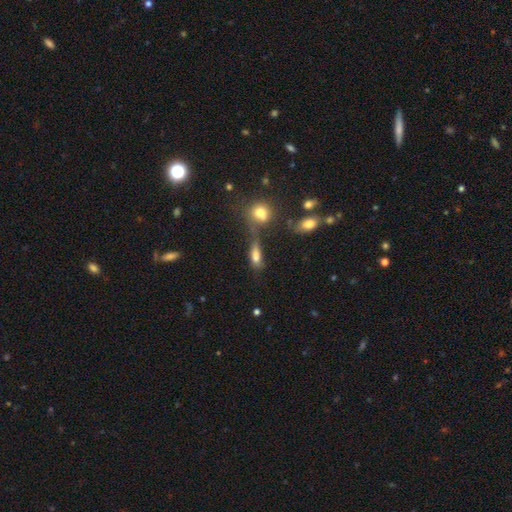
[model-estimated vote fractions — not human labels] The model was most divided on "merging": none: 40%, merger: 28%, minor disturbance: 19%, major disturbance: 13%. More confident: smooth or featured — smooth (75%); how rounded — in between (68%).